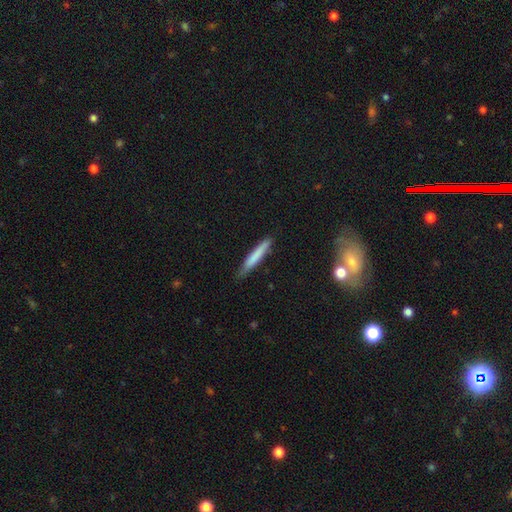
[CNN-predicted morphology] smooth 75%, featured or disk 19%, star or artifact 6%. Down the decision tree: how rounded — cigar-shaped (94%); merging — none (82%).